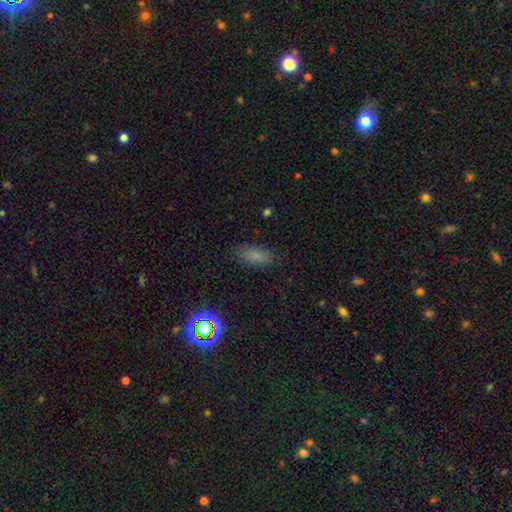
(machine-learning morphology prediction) Smooth or featured?
  - smooth: 77% *
  - star or artifact: 14%
  - featured or disk: 9%
How rounded?
  - in between: 78% *
  - cigar-shaped: 18%
  - round: 3%
Merging?
  - none: 83% *
  - minor disturbance: 13%
  - major disturbance: 3%
  - merger: 1%